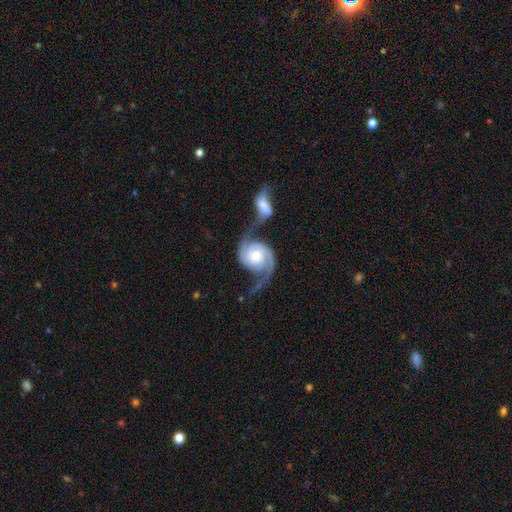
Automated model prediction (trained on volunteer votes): This is clearly a featured or disk galaxy (92%). It is clearly not viewed edge-on (98%). Bar: likely no (66%). Spiral arm pattern: clearly yes (98%). Spiral arm count: clearly 2 (93%). Spiral winding: marginally medium (44%). Central bulge: likely moderate (61%). Merging: possibly merger (47%).